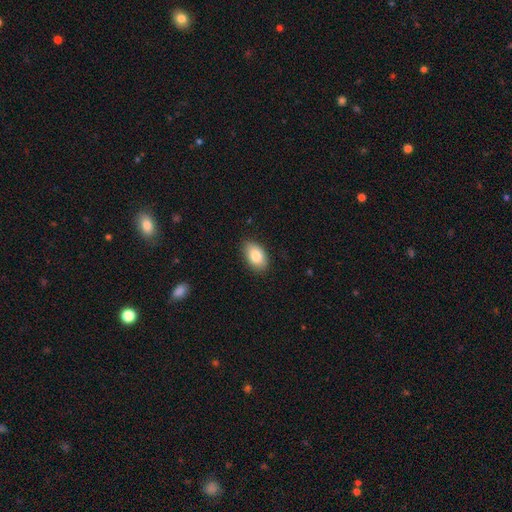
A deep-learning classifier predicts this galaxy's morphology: Q: Smooth or featured?
A: smooth (85%); runner-up: featured or disk (8%)
Q: How rounded?
A: in between (91%); runner-up: round (7%)
Q: Merging?
A: none (85%); runner-up: minor disturbance (12%)